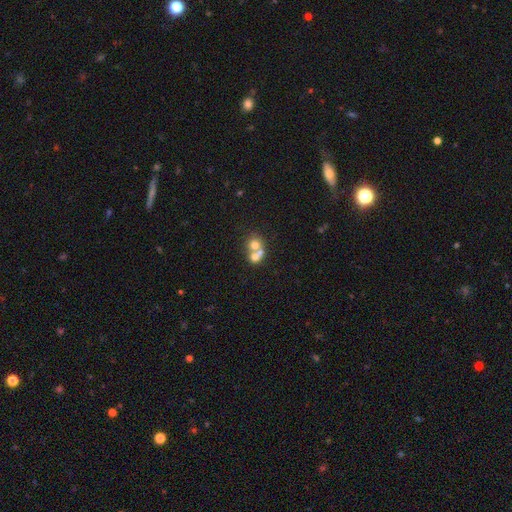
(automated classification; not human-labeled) smooth 64%, featured or disk 24%, star or artifact 12%. Down the decision tree: how rounded — round (76%); merging — merger (63%).